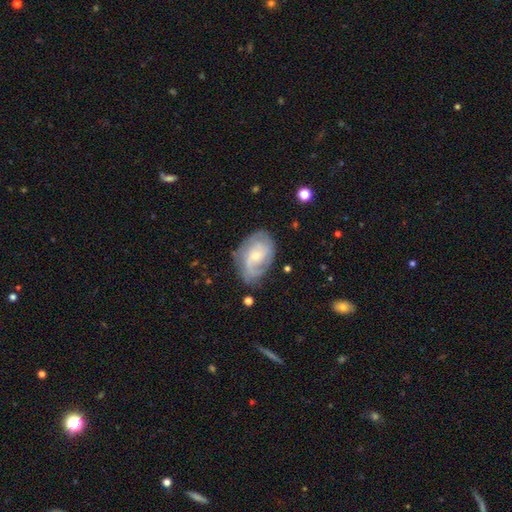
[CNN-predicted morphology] smooth-or-featured: featured or disk: 78% | smooth: 15% | star or artifact: 6%
  disk-edge-on: no: 96% | yes: 4%
    bar: no: 64% | weak: 30% | strong: 6%
    has-spiral-arms: yes: 91% | no: 9%
      spiral-winding: tight: 53% | medium: 34% | loose: 12%
      spiral-arm-count: 2: 38% | can't tell: 32% | 3: 16% | 1: 5% | 4: 5% | more than 4: 3%
    bulge-size: small: 61% | moderate: 36% | large: 1% | none: 1% | dominant: 1%
  merging: none: 70% | minor disturbance: 21% | major disturbance: 7% | merger: 2%